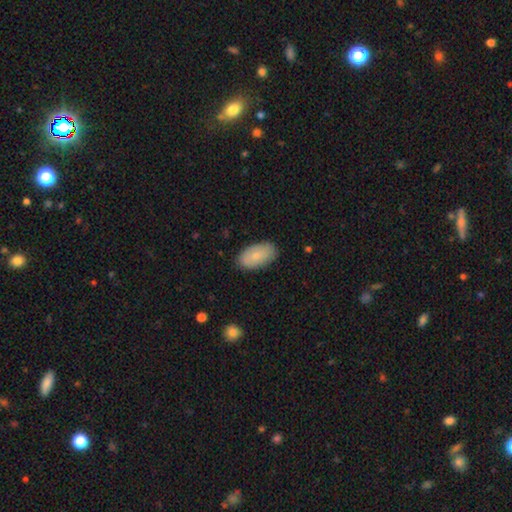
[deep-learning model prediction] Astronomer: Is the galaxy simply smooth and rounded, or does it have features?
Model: smooth — 79%.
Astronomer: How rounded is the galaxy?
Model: in between — 95%.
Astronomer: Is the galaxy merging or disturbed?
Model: none — 85%.